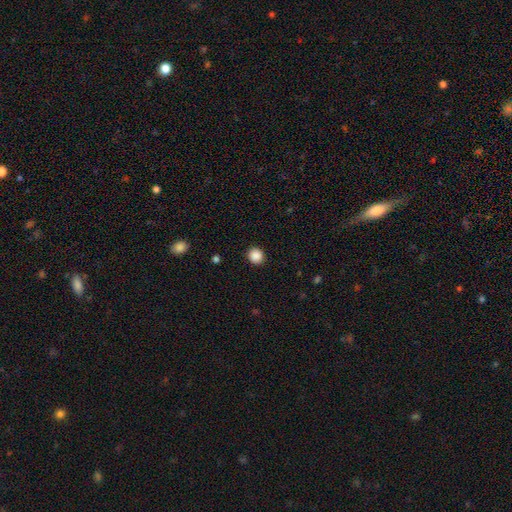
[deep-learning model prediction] The model was most divided on "how rounded": round: 88%, in between: 11%, cigar-shaped: 1%. More confident: merging — none (92%); smooth or featured — smooth (88%).